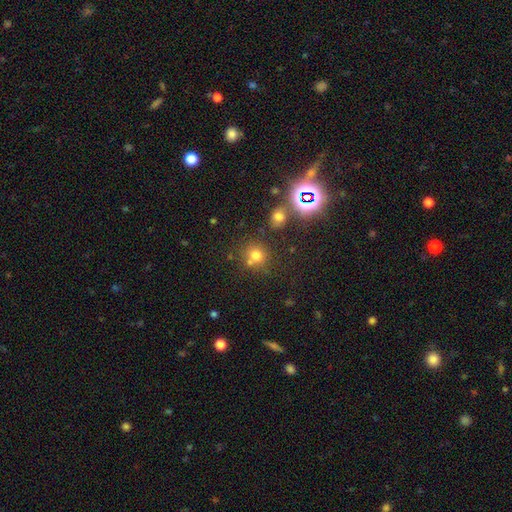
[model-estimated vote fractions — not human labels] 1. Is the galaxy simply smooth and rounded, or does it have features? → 70% smooth, 21% star or artifact, 9% featured or disk.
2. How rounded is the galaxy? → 83% round, 16% in between, 1% cigar-shaped.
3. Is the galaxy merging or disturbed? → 65% none, 20% merger, 11% minor disturbance, 4% major disturbance.